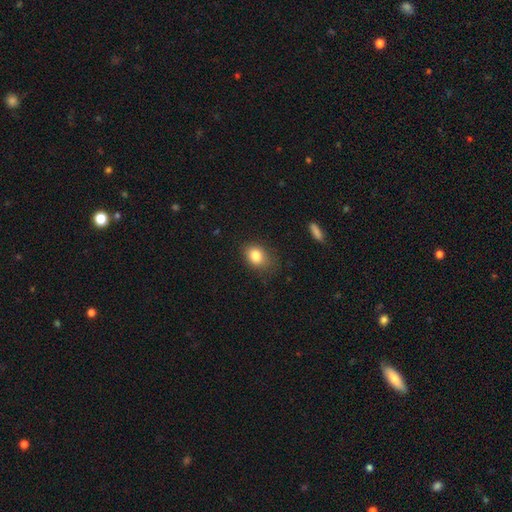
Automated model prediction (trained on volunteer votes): smooth 83%, star or artifact 10%, featured or disk 8%. Down the decision tree: how rounded — in between (65%); merging — none (72%).